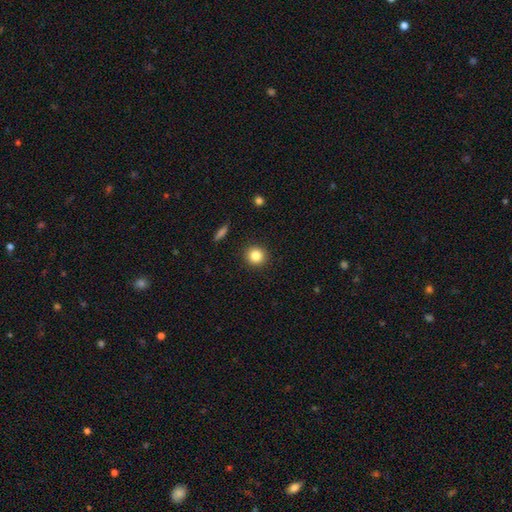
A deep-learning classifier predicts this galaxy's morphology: Smooth or featured: smooth — 83% (star or artifact — 11%)
How rounded: round — 92% (in between — 7%)
Merging: none — 92% (minor disturbance — 5%)